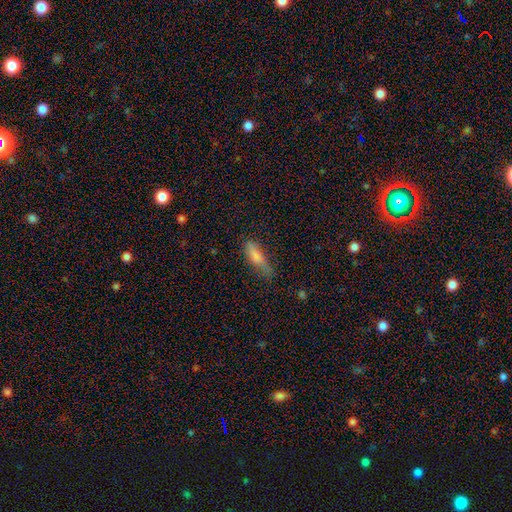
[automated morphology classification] type=smooth (73%); roundness=cigar-shaped (62%); merging=none (59%).